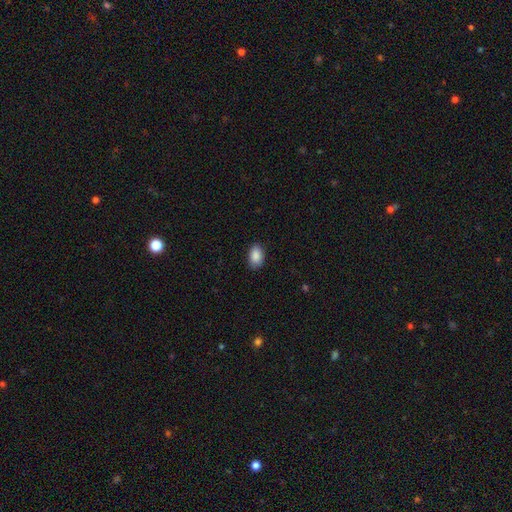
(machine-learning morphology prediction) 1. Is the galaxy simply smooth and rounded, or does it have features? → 89% smooth, 7% star or artifact, 4% featured or disk.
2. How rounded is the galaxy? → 91% in between, 8% round, 1% cigar-shaped.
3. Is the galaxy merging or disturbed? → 87% none, 10% minor disturbance, 2% major disturbance, 1% merger.